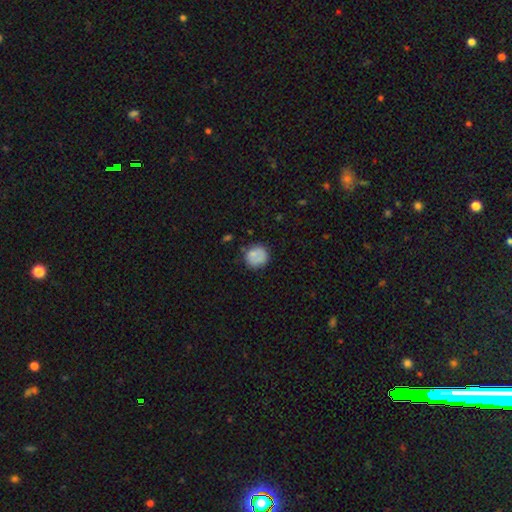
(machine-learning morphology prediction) smooth 72%, featured or disk 20%, star or artifact 8%. Down the decision tree: how rounded — round (86%); merging — none (69%).